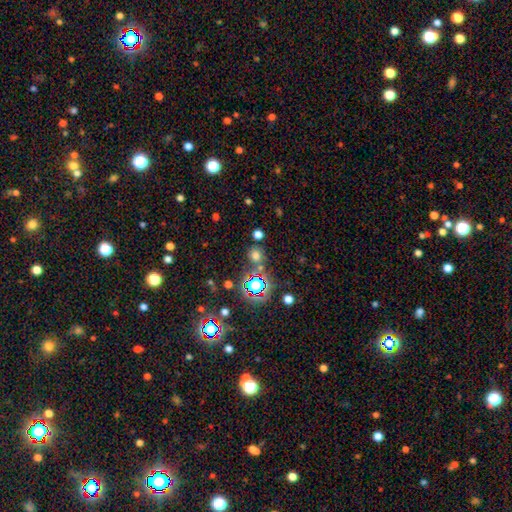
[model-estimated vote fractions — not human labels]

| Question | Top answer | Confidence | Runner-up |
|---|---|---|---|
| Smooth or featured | smooth | 62% | star or artifact (31%) |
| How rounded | round | 84% | in between (15%) |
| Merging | none | 76% | merger (11%) |